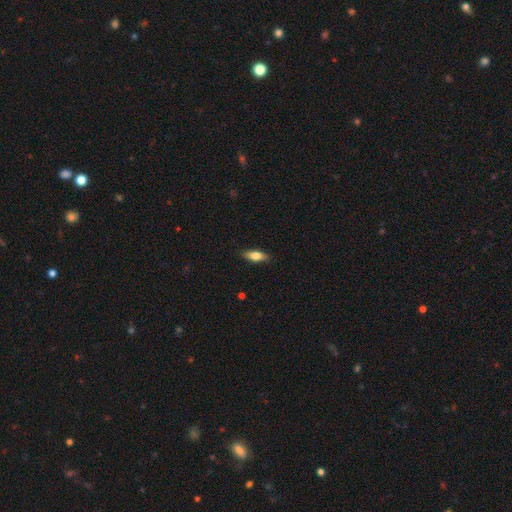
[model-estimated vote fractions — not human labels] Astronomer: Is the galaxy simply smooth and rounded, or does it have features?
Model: smooth — 73%.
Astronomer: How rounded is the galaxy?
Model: in between — 70%.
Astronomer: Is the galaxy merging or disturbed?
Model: none — 87%.